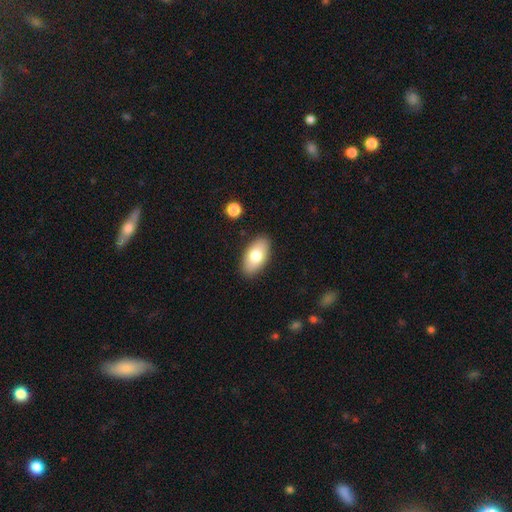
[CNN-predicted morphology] Smooth or featured? Predicted: smooth (p=0.76). How rounded? Predicted: in between (p=0.94). Merging? Predicted: none (p=0.87).